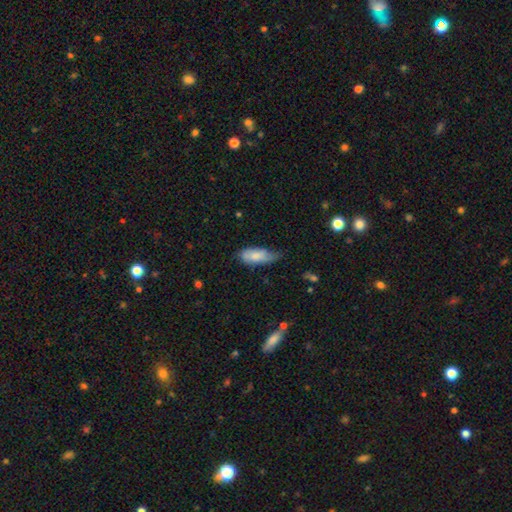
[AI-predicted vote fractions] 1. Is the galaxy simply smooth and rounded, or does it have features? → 74% smooth, 20% featured or disk, 6% star or artifact.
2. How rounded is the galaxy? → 82% in between, 16% cigar-shaped, 2% round.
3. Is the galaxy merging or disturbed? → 46% minor disturbance, 39% none, 13% major disturbance, 2% merger.